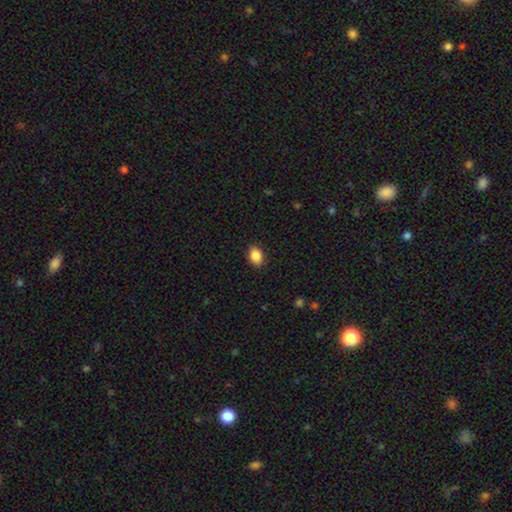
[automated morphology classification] Overall: smooth (89%). How rounded: in between (77%). Merging: none (88%).